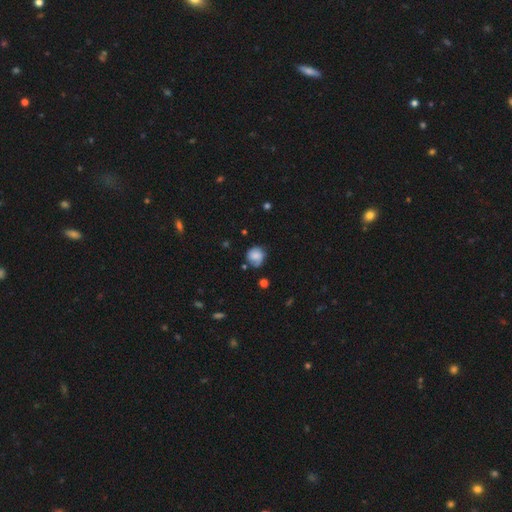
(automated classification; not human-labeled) smooth-or-featured: smooth: 69% | featured or disk: 21% | star or artifact: 10%
  how-rounded: round: 80% | in between: 19% | cigar-shaped: 1%
  merging: none: 57% | minor disturbance: 28% | major disturbance: 10% | merger: 4%